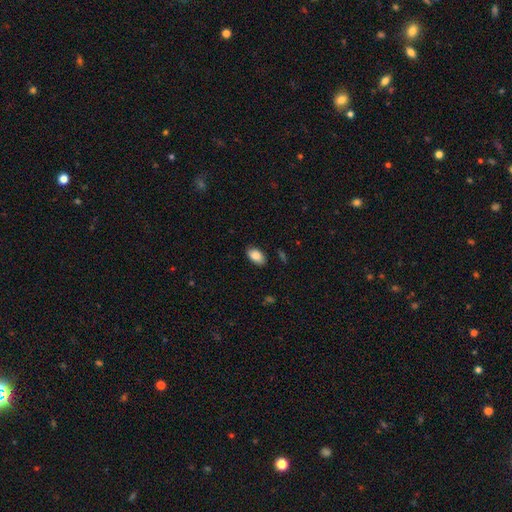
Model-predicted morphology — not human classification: A smooth galaxy with no disk features (87%) that is in between round and cigar-shaped (94%).

Vote fractions:
- Smooth or featured? smooth: 87% / star or artifact: 7% / featured or disk: 7%
- How rounded? in between: 94% / round: 5% / cigar-shaped: 2%
- Merging? none: 86% / minor disturbance: 10% / major disturbance: 2% / merger: 1%